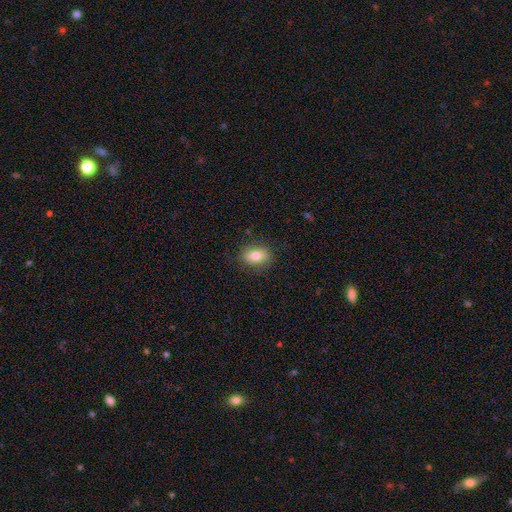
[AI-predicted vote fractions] This is likely a smooth galaxy (78%). How rounded: likely in between (71%). Merging: clearly none (84%).